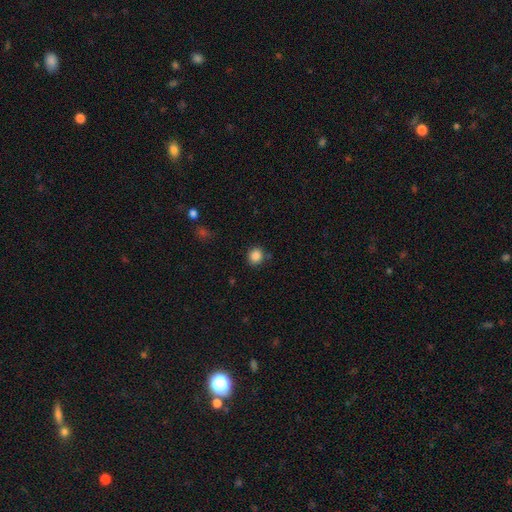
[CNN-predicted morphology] Smooth or featured? smooth (86%)
How rounded? round (85%)
Merging? none (82%)